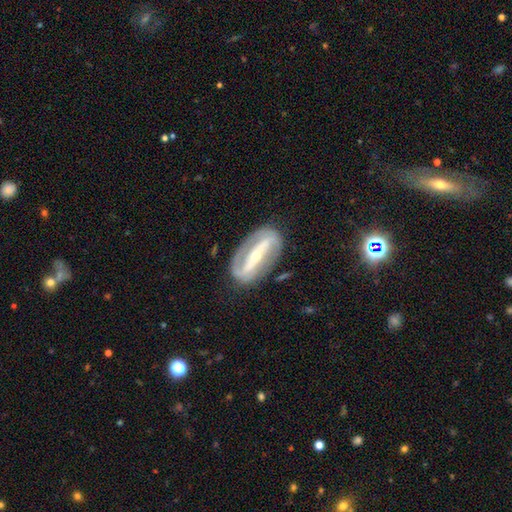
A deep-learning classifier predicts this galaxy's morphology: This is clearly a featured or disk galaxy (86%). It is clearly not viewed edge-on (89%). Bar: clearly strong (80%). Spiral arm pattern: likely yes (78%). Spiral arm count: clearly 2 (87%). Spiral winding: marginally tight (39%). Central bulge: possibly small (59%). Merging: clearly none (82%).